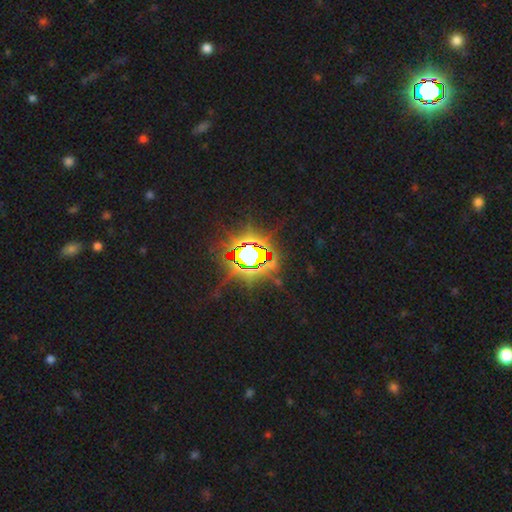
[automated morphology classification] Overall: star or artifact (82%).